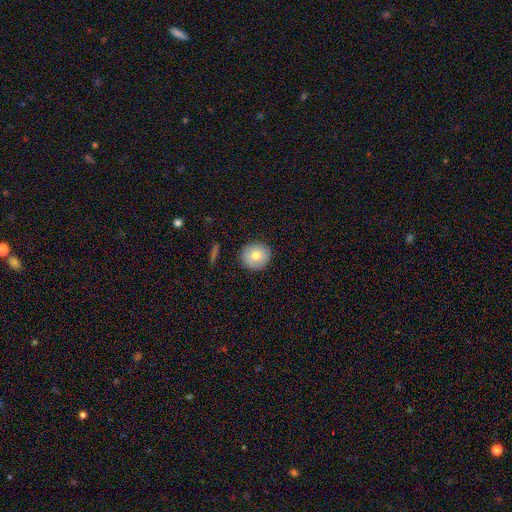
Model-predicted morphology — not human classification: The model was most divided on "smooth or featured": smooth: 75%, featured or disk: 17%, star or artifact: 8%. More confident: how rounded — round (90%); merging — none (89%).